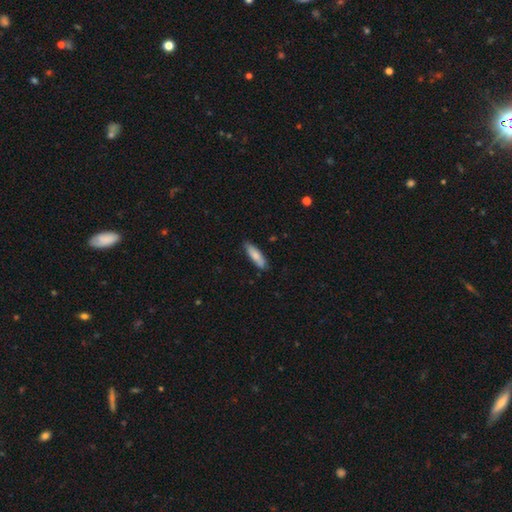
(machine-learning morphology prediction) A smooth galaxy with no disk features (81%) that is cigar-shaped (54%). Merging: none (83%).